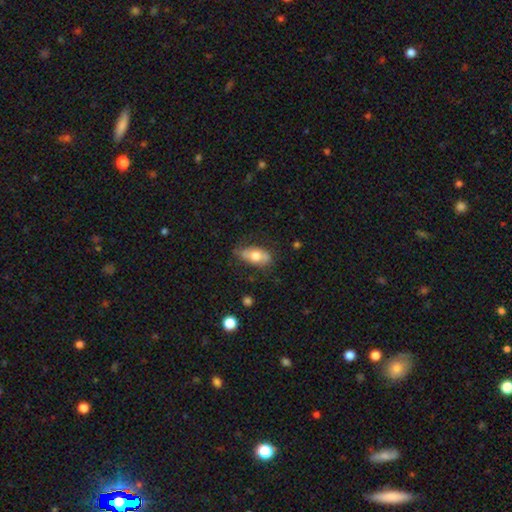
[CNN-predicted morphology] smooth-or-featured: smooth: 65% | featured or disk: 28% | star or artifact: 7%
  how-rounded: in between: 89% | cigar-shaped: 6% | round: 5%
  merging: none: 67% | minor disturbance: 25% | major disturbance: 6% | merger: 2%